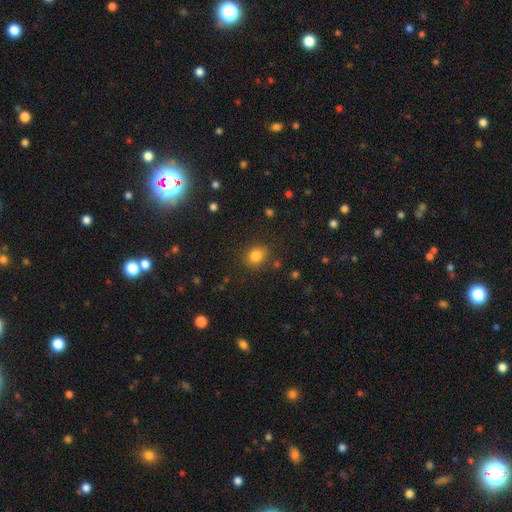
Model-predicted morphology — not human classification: A smooth galaxy with no disk features (83%) that is round (67%).

Vote fractions:
- Smooth or featured? smooth: 83% / star or artifact: 12% / featured or disk: 5%
- How rounded? round: 67% / in between: 32% / cigar-shaped: 1%
- Merging? none: 85% / minor disturbance: 10% / major disturbance: 3% / merger: 2%